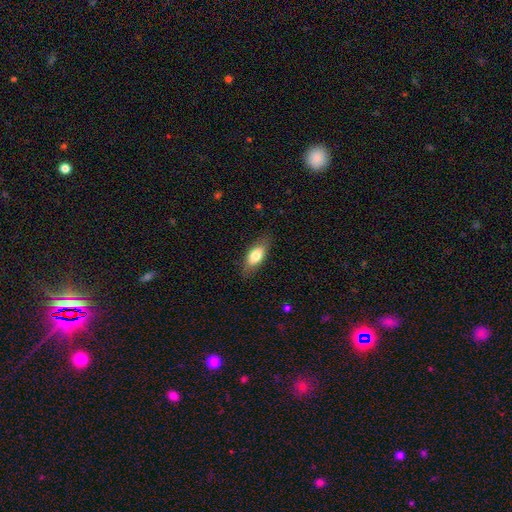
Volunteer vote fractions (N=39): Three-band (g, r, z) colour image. It shows a smooth galaxy with no disk features (67%) that is in between round and cigar-shaped (73%). Merging: none (86%).